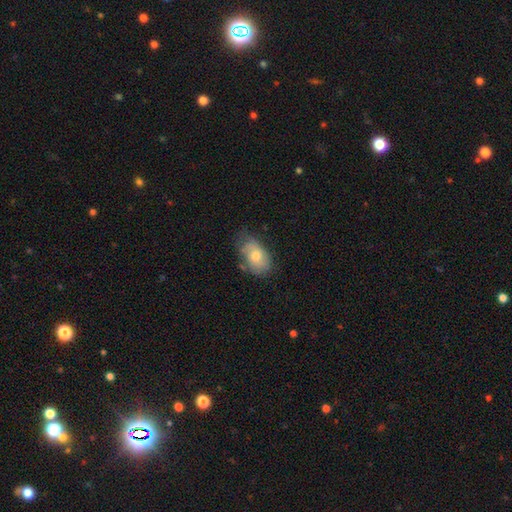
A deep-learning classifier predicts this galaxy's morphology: smooth_or_featured: smooth (p=0.65) [alt: featured or disk p=0.27]
how_rounded: in between (p=0.86) [alt: round p=0.12]
merging: none (p=0.57) [alt: minor disturbance p=0.31]